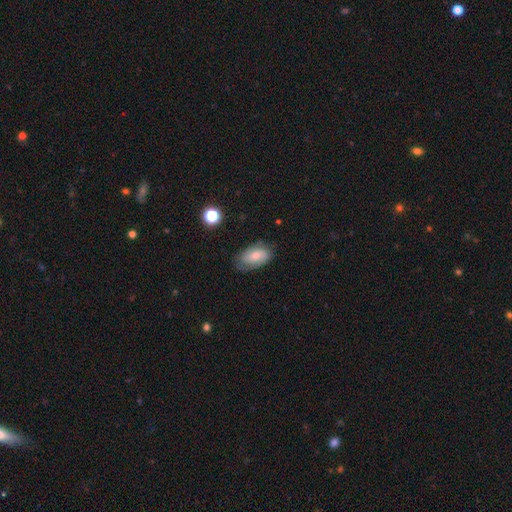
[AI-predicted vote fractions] Q: Smooth or featured?
A: smooth (51%); runner-up: featured or disk (40%)
Q: How rounded?
A: in between (91%); runner-up: round (6%)
Q: Merging?
A: none (68%); runner-up: minor disturbance (23%)